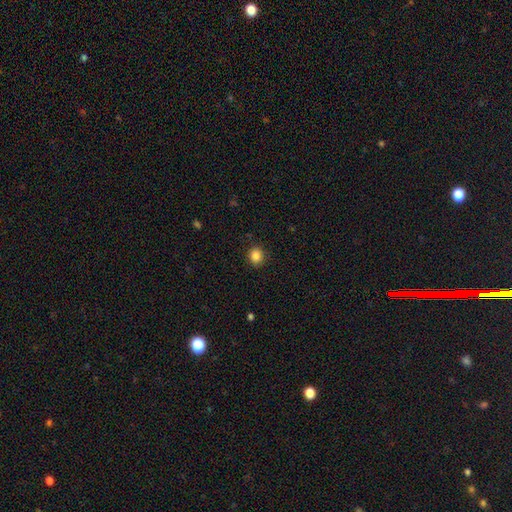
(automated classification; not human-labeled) Smooth or featured? smooth (85%)
How rounded? round (76%)
Merging? none (90%)